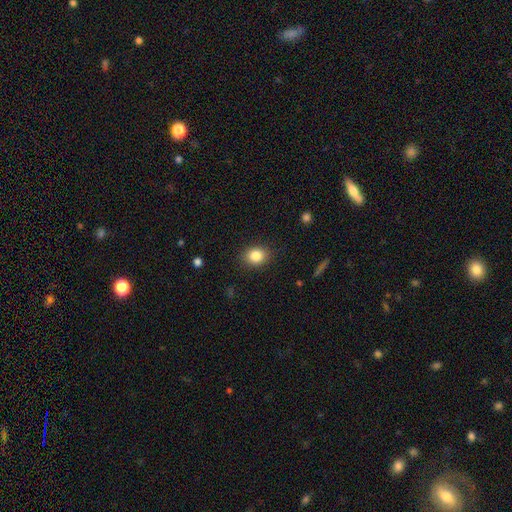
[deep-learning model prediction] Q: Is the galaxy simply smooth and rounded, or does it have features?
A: smooth — 84%.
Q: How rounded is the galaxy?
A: round — 52%.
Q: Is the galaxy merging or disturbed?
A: none — 87%.